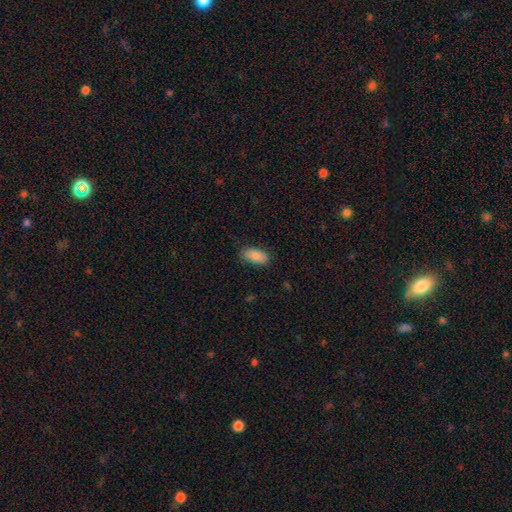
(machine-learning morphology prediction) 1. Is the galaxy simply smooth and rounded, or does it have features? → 87% smooth, 6% star or artifact, 6% featured or disk.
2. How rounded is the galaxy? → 93% in between, 5% cigar-shaped, 3% round.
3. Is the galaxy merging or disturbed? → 82% none, 15% minor disturbance, 3% major disturbance, 1% merger.